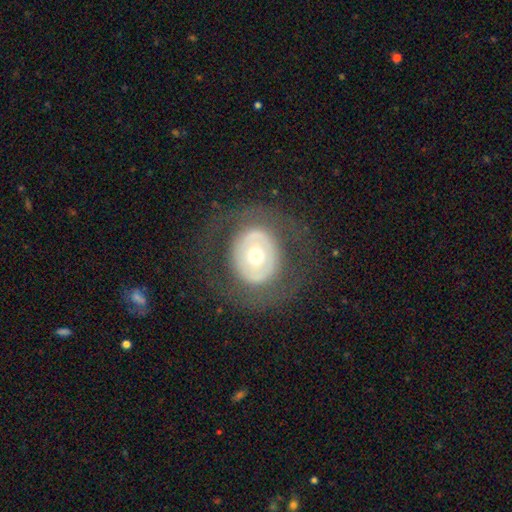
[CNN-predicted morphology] This is possibly a featured or disk galaxy (54%). It is clearly not viewed edge-on (94%). Bar: clearly no (84%). Spiral arm pattern: clearly no (87%). Central bulge: possibly moderate (59%). Merging: likely none (77%).